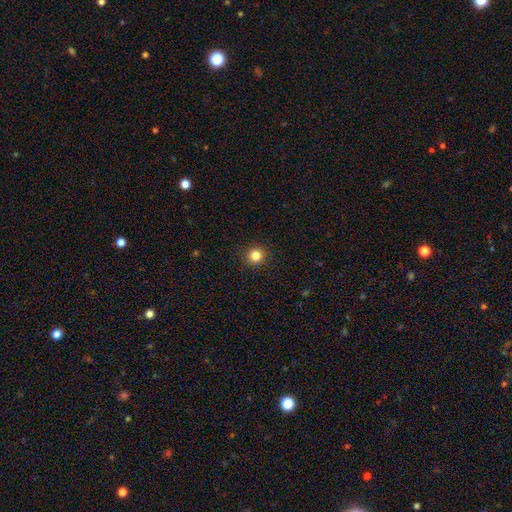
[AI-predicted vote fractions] Overall: smooth (83%). How rounded: round (94%). Merging: none (92%).